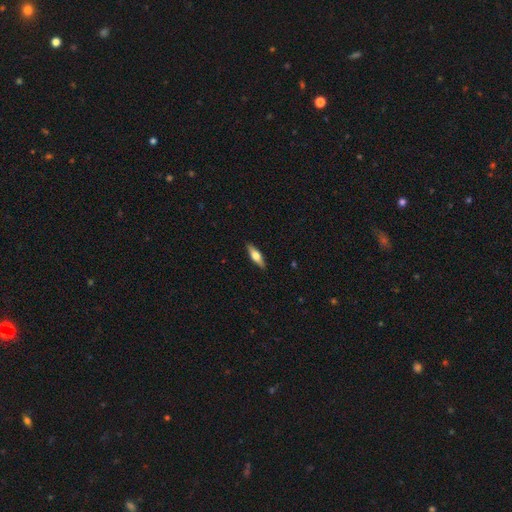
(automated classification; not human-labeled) A smooth galaxy with no disk features (48%). Merging: none (89%).